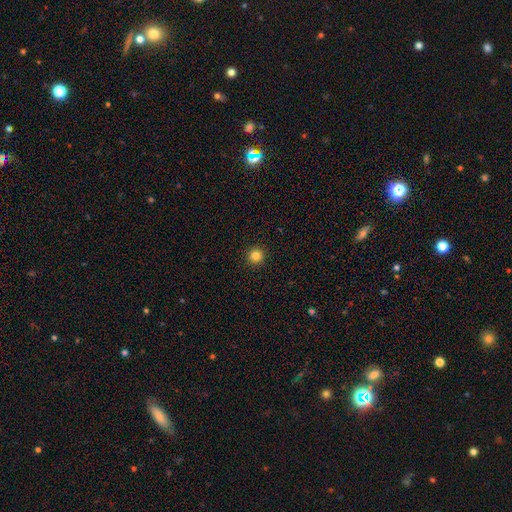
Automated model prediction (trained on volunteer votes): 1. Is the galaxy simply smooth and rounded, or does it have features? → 82% smooth, 13% star or artifact, 5% featured or disk.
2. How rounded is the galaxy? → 96% round, 3% in between, 1% cigar-shaped.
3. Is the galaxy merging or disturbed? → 93% none, 4% minor disturbance, 2% major disturbance, 1% merger.